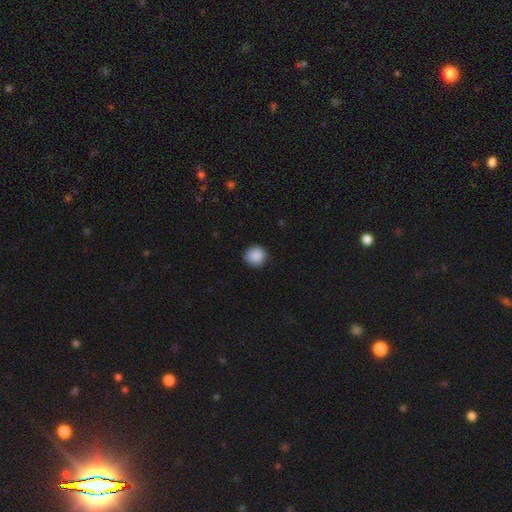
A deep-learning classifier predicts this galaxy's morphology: Smooth or featured?
  - smooth: 89% *
  - star or artifact: 8%
  - featured or disk: 3%
How rounded?
  - round: 93% *
  - in between: 6%
  - cigar-shaped: 1%
Merging?
  - none: 87% *
  - minor disturbance: 10%
  - major disturbance: 2%
  - merger: 1%